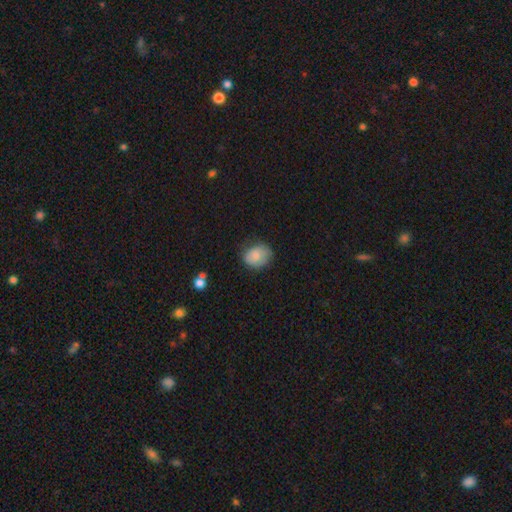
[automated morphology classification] type=smooth (80%); roundness=round (51%); merging=none (65%).